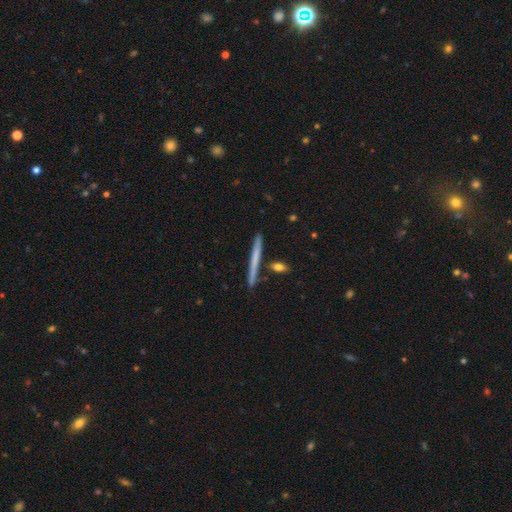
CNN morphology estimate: This appears to be a smooth galaxy with no disk features (54%) that is cigar-shaped (96%). Merging: none (86%).